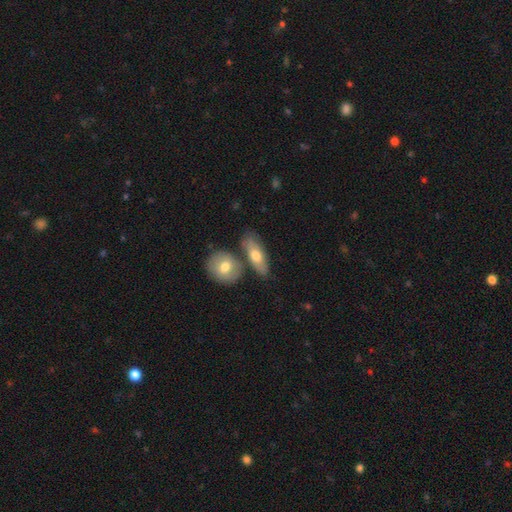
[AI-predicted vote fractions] Smooth or featured: smooth — 65% (featured or disk — 29%)
How rounded: in between — 69% (cigar-shaped — 25%)
Merging: none — 63% (merger — 21%)